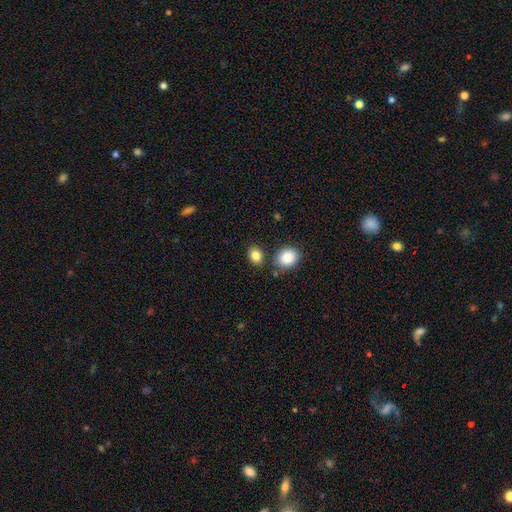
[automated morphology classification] Smooth or featured: smooth — 85% (star or artifact — 10%)
How rounded: in between — 55% (round — 44%)
Merging: none — 75% (merger — 12%)